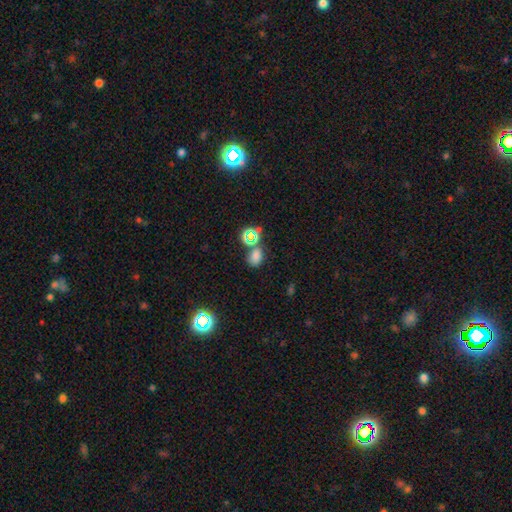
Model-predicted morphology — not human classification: Q: Smooth or featured?
A: smooth (63%); runner-up: star or artifact (29%)
Q: How rounded?
A: in between (65%); runner-up: round (34%)
Q: Merging?
A: none (61%); runner-up: merger (18%)